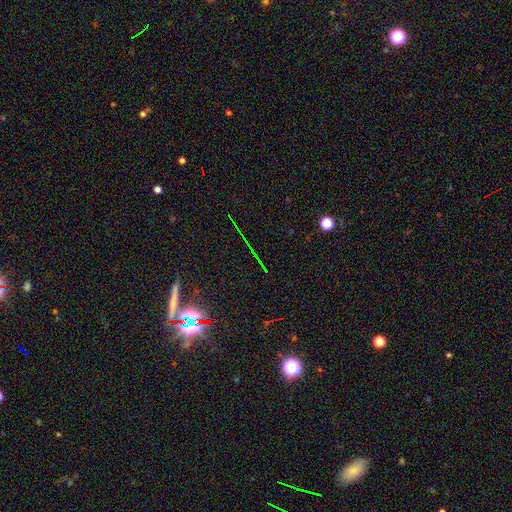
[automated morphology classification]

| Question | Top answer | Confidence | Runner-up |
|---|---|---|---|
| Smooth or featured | star or artifact | 79% | featured or disk (11%) |